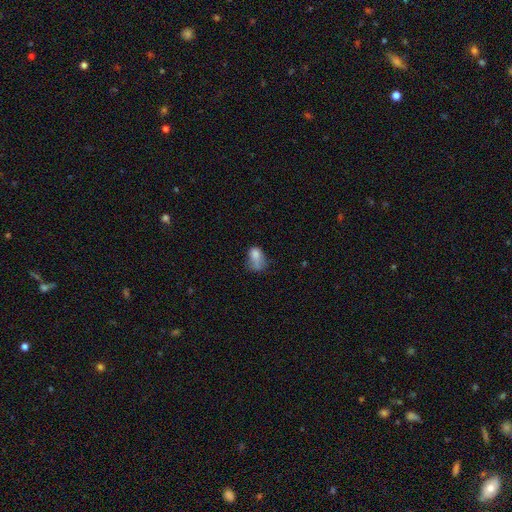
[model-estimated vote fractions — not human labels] This is likely a smooth galaxy (72%). How rounded: likely in between (79%). Merging: marginally major disturbance (32%).